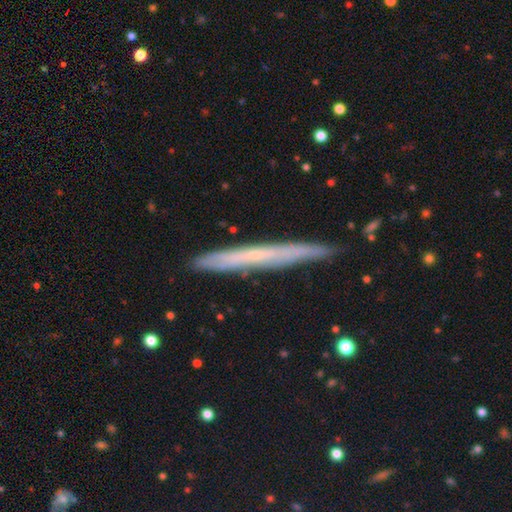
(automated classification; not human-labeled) Smooth or featured? featured or disk (54%)
Edge-on disk? yes (92%)
Edge-on bulge? none (76%)
Merging? none (87%)